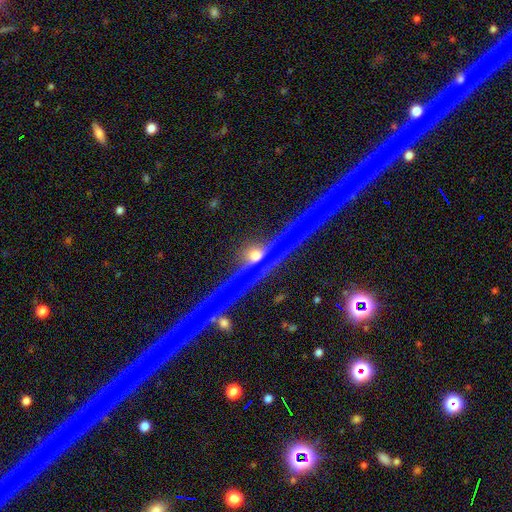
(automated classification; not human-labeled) Smooth or featured?
  - star or artifact: 59% *
  - featured or disk: 24%
  - smooth: 18%